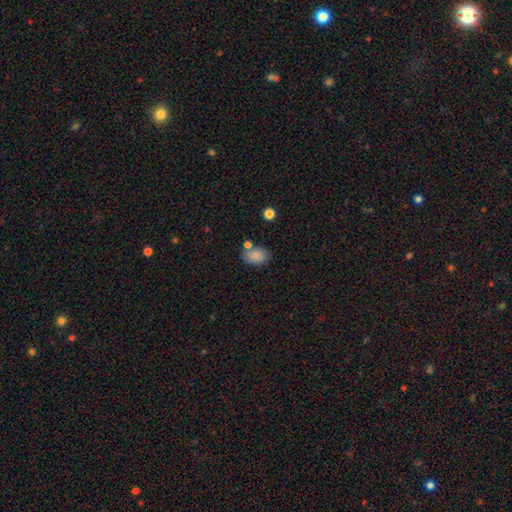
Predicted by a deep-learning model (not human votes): The model was most divided on "merging": none: 68%, minor disturbance: 15%, merger: 12%, major disturbance: 4%. More confident: smooth or featured — smooth (86%); how rounded — in between (85%).